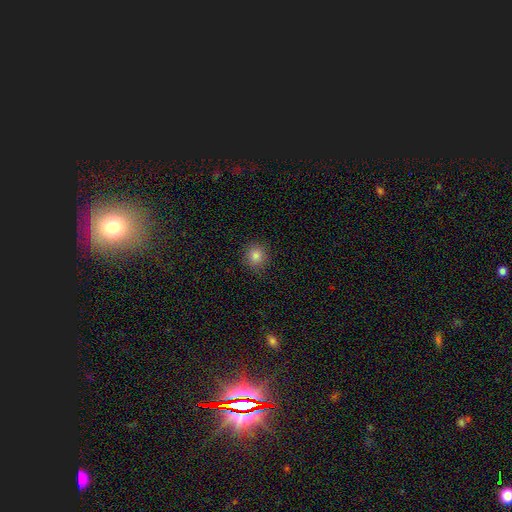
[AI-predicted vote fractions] A smooth galaxy with no disk features (83%) that is round (90%).

Vote fractions:
- Smooth or featured? smooth: 83% / star or artifact: 12% / featured or disk: 5%
- How rounded? round: 90% / in between: 9% / cigar-shaped: 1%
- Merging? none: 88% / minor disturbance: 8% / major disturbance: 2% / merger: 1%